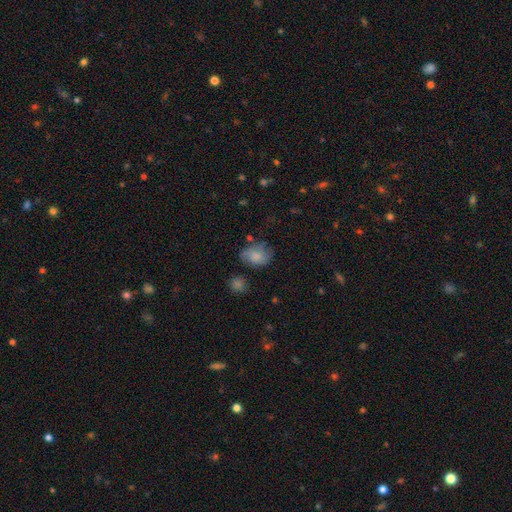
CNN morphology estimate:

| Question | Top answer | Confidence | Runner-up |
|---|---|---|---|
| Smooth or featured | smooth | 72% | featured or disk (20%) |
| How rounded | in between | 68% | round (31%) |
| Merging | none | 57% | minor disturbance (28%) |